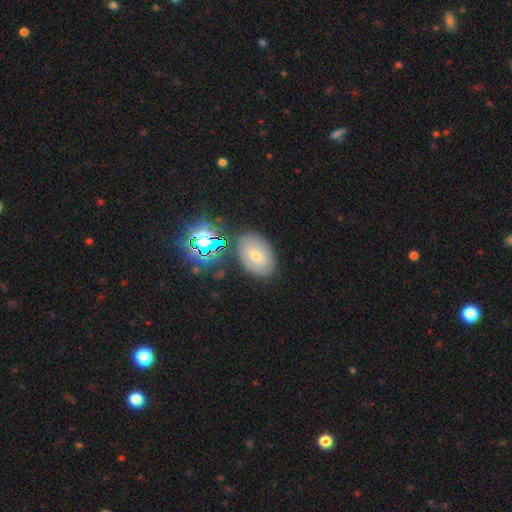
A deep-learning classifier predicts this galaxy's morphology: The model was most divided on "smooth or featured": featured or disk: 39%, smooth: 37%, star or artifact: 24%. More confident: merging — none (79%).